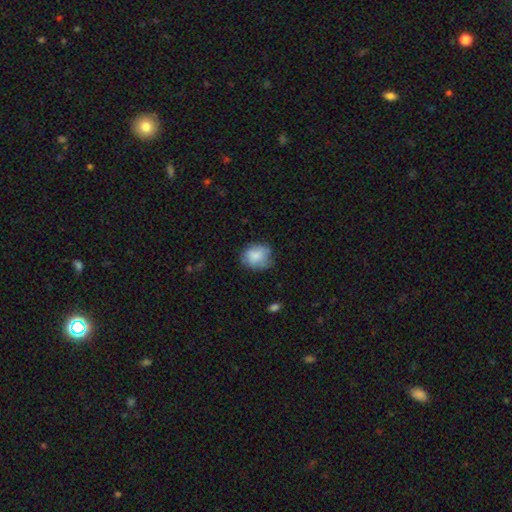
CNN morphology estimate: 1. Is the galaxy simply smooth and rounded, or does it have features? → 78% smooth, 14% featured or disk, 8% star or artifact.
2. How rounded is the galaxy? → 65% round, 34% in between, 1% cigar-shaped.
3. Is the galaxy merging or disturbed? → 62% none, 28% minor disturbance, 9% major disturbance, 2% merger.